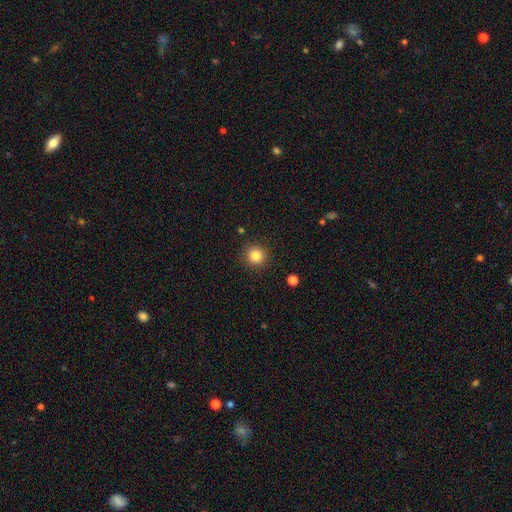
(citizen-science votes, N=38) A smooth galaxy with no disk features (92%) that is round (97%). Merging: none (94%).